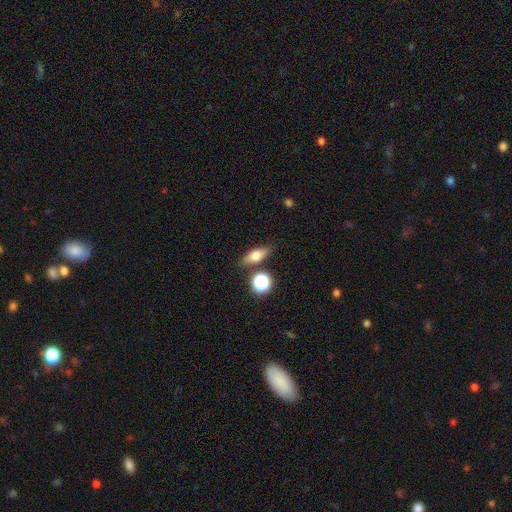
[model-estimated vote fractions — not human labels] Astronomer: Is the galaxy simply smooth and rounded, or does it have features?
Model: smooth — 61%.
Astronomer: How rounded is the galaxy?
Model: in between — 58%.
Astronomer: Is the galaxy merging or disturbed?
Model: none — 77%.